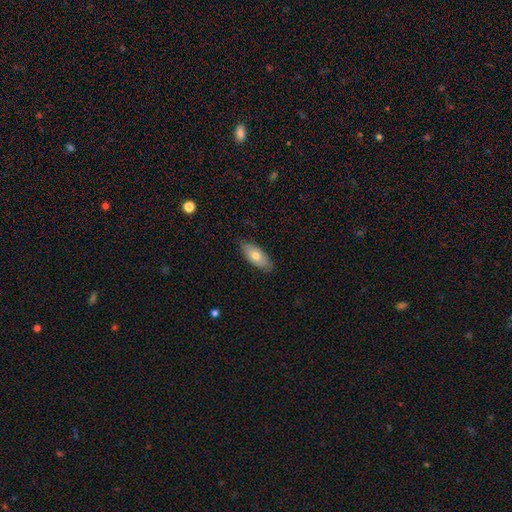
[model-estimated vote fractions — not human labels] Q: Smooth or featured?
A: smooth (70%); runner-up: featured or disk (24%)
Q: How rounded?
A: in between (88%); runner-up: cigar-shaped (9%)
Q: Merging?
A: none (81%); runner-up: minor disturbance (15%)